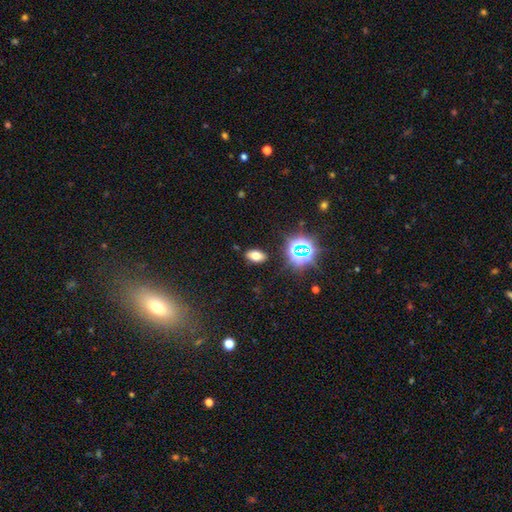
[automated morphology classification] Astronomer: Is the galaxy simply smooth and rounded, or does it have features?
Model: smooth — 65%.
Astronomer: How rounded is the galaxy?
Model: in between — 89%.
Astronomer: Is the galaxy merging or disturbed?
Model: none — 87%.